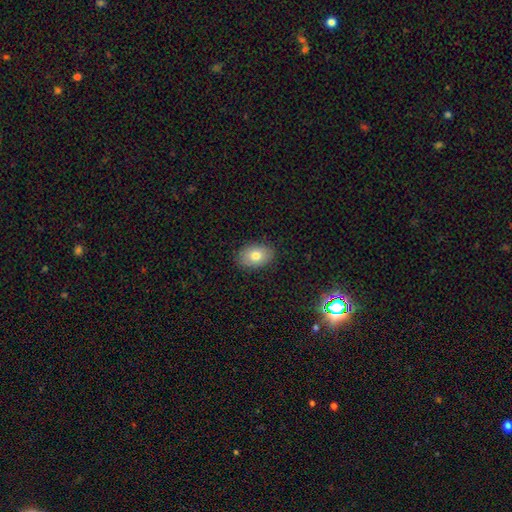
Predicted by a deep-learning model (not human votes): This is likely a smooth galaxy (78%). How rounded: clearly in between (84%). Merging: clearly none (87%).